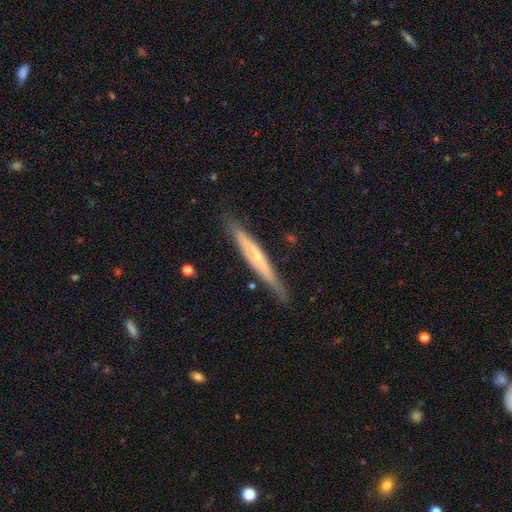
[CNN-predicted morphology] Smooth or featured? Predicted: featured or disk (p=0.57). Edge-on disk? Predicted: yes (p=0.92). Edge-on bulge? Predicted: none (p=0.48). Merging? Predicted: none (p=0.85).